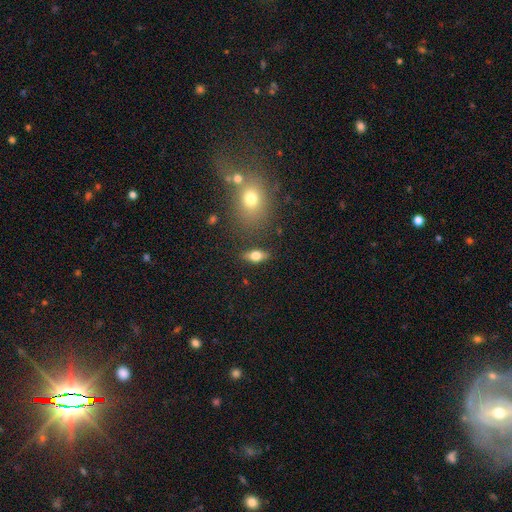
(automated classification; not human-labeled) A smooth galaxy with no disk features (64%) that is in between round and cigar-shaped (76%).

Vote fractions:
- Smooth or featured? smooth: 64% / featured or disk: 27% / star or artifact: 9%
- How rounded? in between: 76% / cigar-shaped: 15% / round: 8%
- Merging? none: 80% / minor disturbance: 12% / major disturbance: 4% / merger: 4%